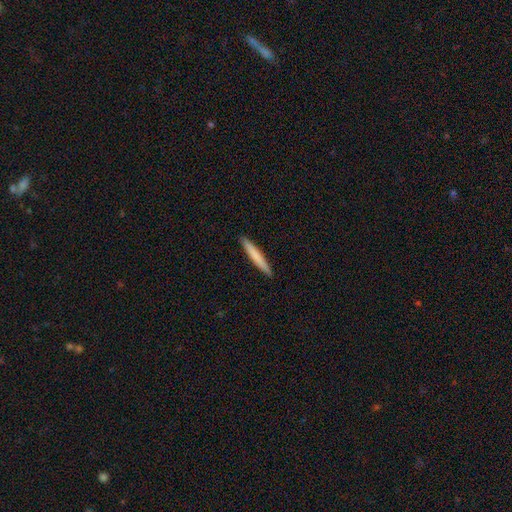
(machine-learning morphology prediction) smooth-or-featured: smooth: 74% | featured or disk: 21% | star or artifact: 5%
  how-rounded: cigar-shaped: 96% | in between: 3% | round: 1%
  merging: none: 92% | minor disturbance: 5% | major disturbance: 1% | merger: 1%